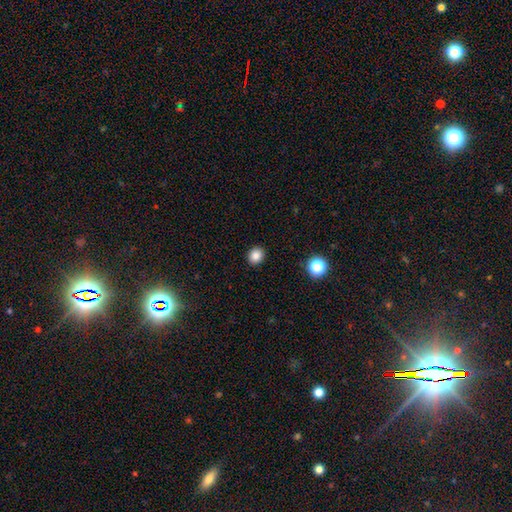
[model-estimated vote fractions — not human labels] smooth 84%, star or artifact 11%, featured or disk 5%. Down the decision tree: how rounded — round (72%); merging — none (92%).